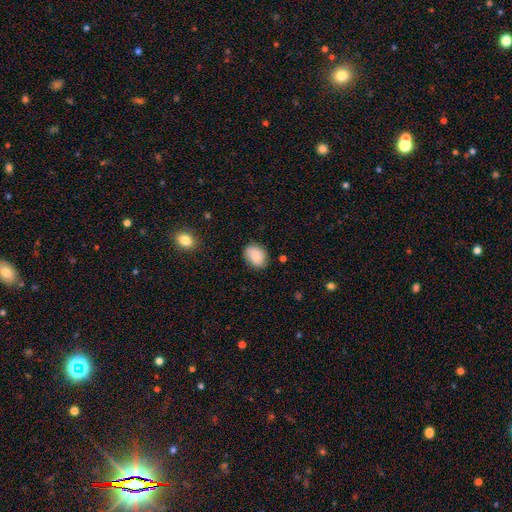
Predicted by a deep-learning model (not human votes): Morphology: type=smooth (80%); roundness=in between (61%); merging=none (77%).